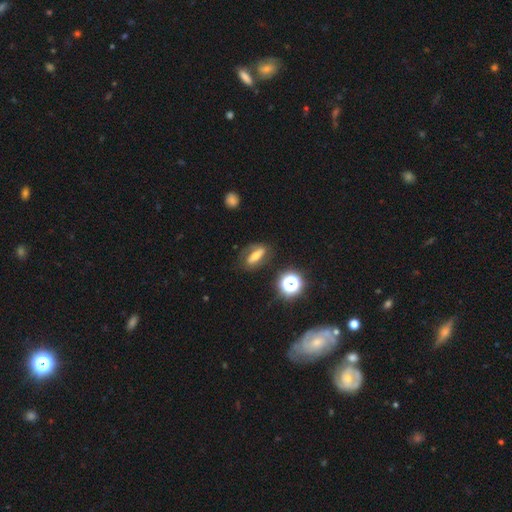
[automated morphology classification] type=featured or disk (48%); merging=none (72%).